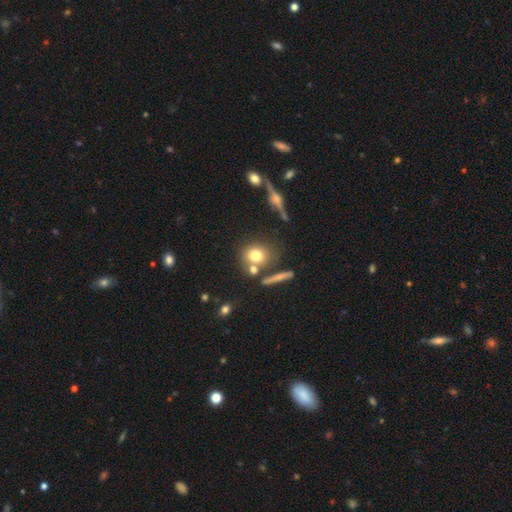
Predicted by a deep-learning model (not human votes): Q: Smooth or featured?
A: smooth (71%); runner-up: featured or disk (17%)
Q: How rounded?
A: round (73%); runner-up: in between (24%)
Q: Merging?
A: none (61%); runner-up: merger (22%)